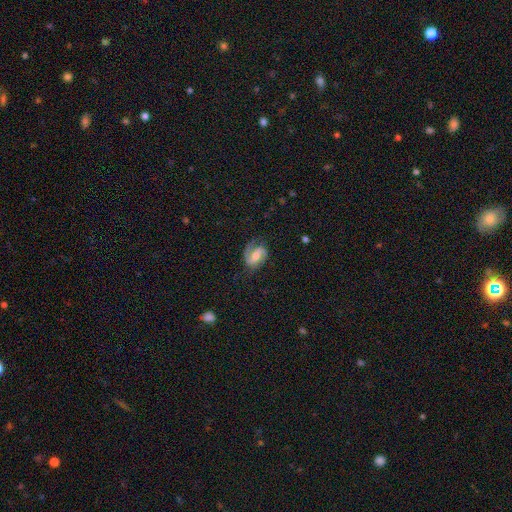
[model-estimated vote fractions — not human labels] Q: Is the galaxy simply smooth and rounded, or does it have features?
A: featured or disk — 81%.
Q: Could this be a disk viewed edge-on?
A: no — 97%.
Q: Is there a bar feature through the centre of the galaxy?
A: weak — 45%.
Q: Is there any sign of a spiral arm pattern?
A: yes — 96%.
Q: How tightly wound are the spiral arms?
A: medium — 50%.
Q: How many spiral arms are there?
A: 2 — 83%.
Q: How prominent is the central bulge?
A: moderate — 53%.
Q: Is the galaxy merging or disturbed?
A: none — 70%.